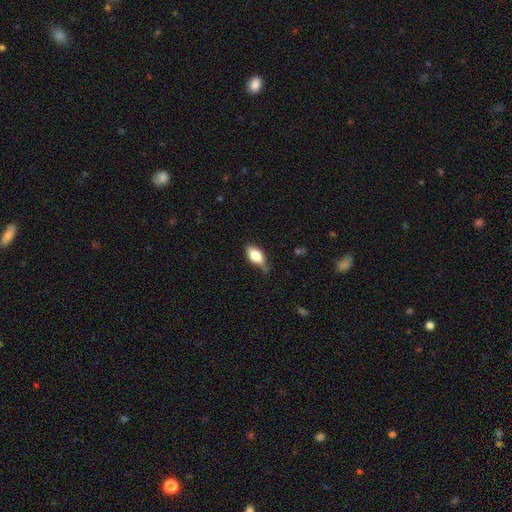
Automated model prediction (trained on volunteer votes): Smooth or featured: smooth — 72% (featured or disk — 21%)
How rounded: in between — 86% (cigar-shaped — 9%)
Merging: none — 62% (minor disturbance — 30%)